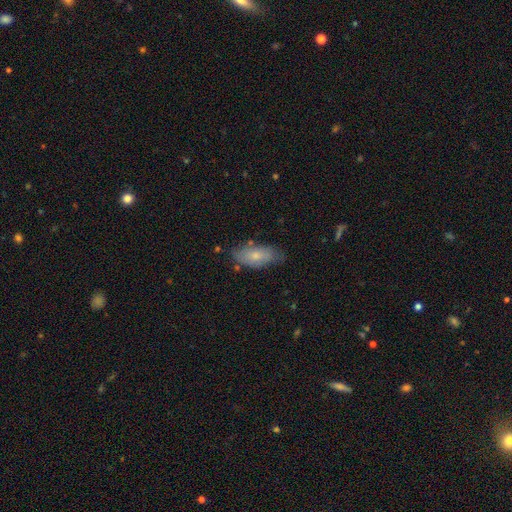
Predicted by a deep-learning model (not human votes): Smooth or featured? smooth (71%)
How rounded? in between (86%)
Merging? none (68%)